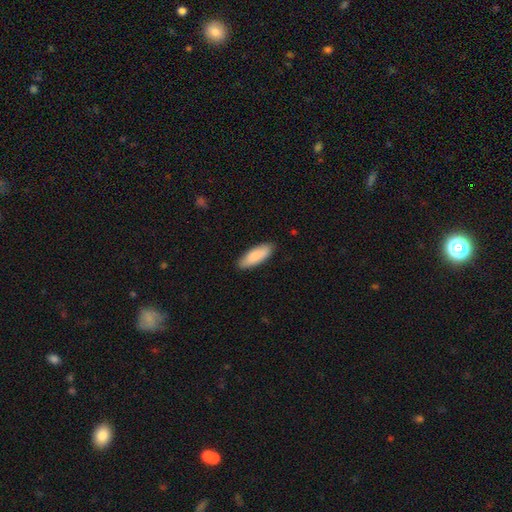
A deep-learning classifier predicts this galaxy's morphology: smooth_or_featured: smooth (p=0.87) [alt: featured or disk p=0.08]
how_rounded: in between (p=0.66) [alt: cigar-shaped p=0.33]
merging: none (p=0.88) [alt: minor disturbance p=0.09]